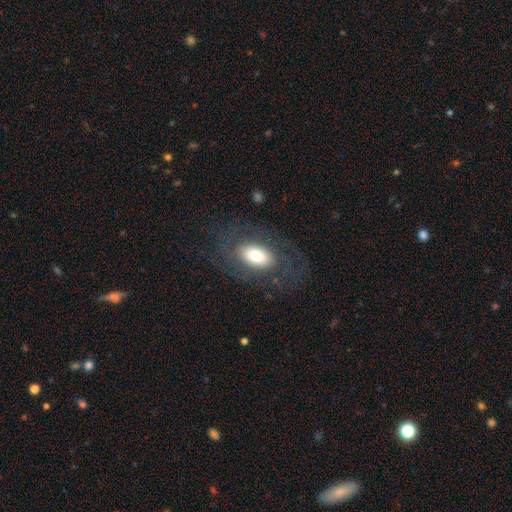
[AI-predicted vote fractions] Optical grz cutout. It shows a smooth galaxy with no disk features (54%) that is in between round and cigar-shaped (92%). Merging: none (73%).